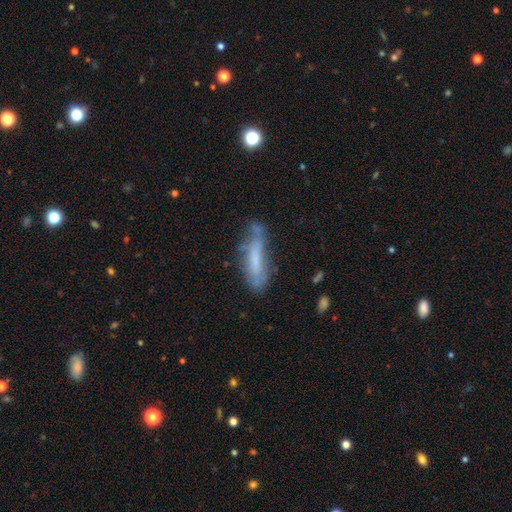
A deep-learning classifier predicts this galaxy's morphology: A featured or disk galaxy (46%). Merging: none (52%).